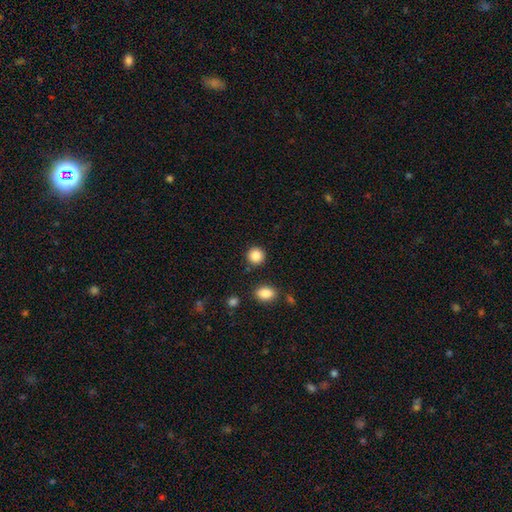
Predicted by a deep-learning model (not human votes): This appears to be a smooth galaxy with no disk features (87%) that is round (92%). Merging: none (89%).